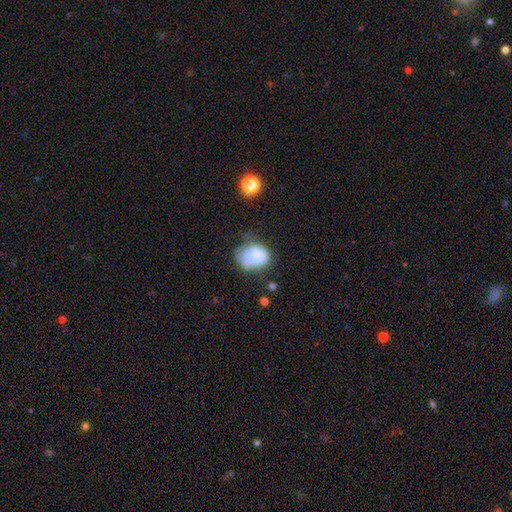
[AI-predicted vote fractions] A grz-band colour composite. It shows a smooth galaxy with no disk features (73%) that is in between round and cigar-shaped (56%). Merging: none (37%).